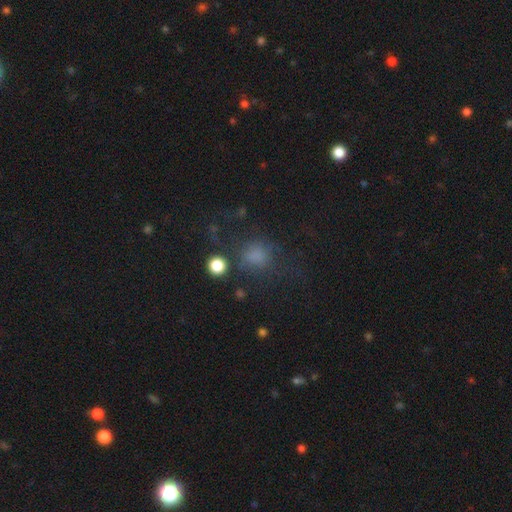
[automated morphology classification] Q: Smooth or featured?
A: smooth (67%); runner-up: star or artifact (21%)
Q: How rounded?
A: round (75%); runner-up: in between (24%)
Q: Merging?
A: none (56%); runner-up: major disturbance (19%)